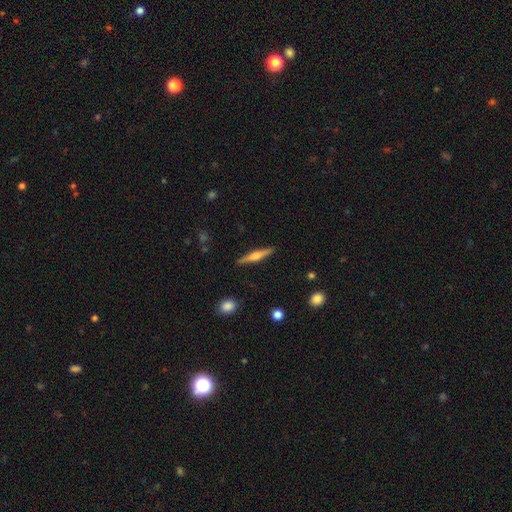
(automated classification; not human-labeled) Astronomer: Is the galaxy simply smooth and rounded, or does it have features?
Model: featured or disk — 65%.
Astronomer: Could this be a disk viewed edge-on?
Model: yes — 98%.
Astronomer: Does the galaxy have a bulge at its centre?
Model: rounded — 82%.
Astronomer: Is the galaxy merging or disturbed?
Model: none — 90%.